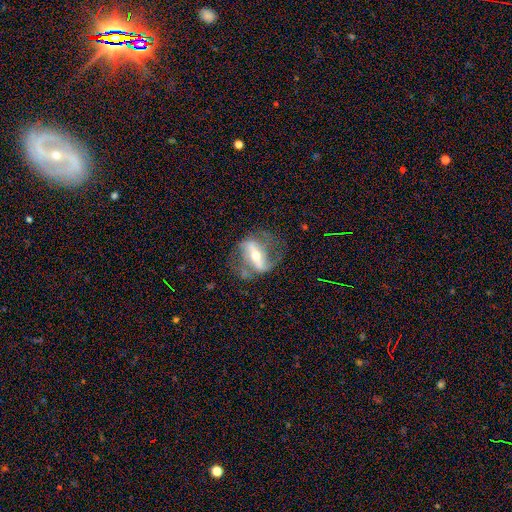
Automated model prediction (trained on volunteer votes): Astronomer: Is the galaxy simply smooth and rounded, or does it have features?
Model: featured or disk — 80%.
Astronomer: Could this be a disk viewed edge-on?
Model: no — 84%.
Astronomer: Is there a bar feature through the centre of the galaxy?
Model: strong — 68%.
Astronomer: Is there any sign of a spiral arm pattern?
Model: yes — 77%.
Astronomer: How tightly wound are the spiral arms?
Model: loose — 49% (runner-up: medium, 36%).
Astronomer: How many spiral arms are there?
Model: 2 — 83%.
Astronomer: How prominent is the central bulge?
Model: moderate — 58% (runner-up: small, 34%).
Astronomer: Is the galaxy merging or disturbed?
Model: none — 58%.